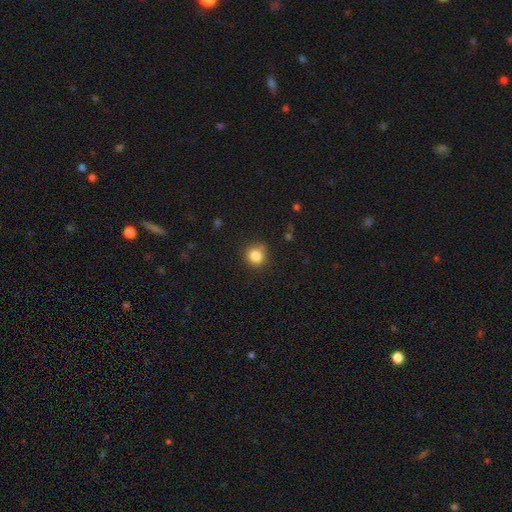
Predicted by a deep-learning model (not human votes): The model was most divided on "merging": none: 78%, minor disturbance: 16%, major disturbance: 4%, merger: 2%. More confident: how rounded — round (89%); smooth or featured — smooth (84%).